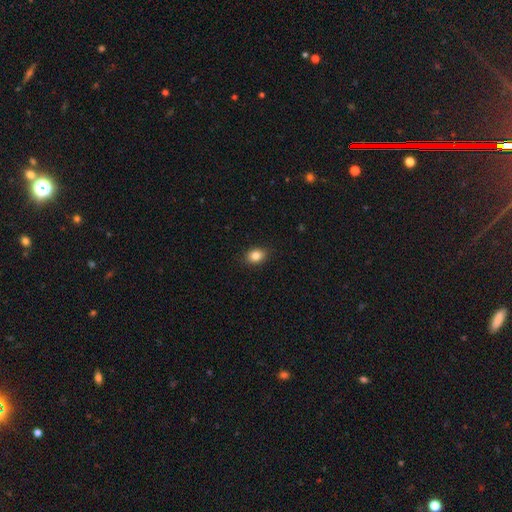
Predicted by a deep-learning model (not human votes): Smooth or featured? Predicted: smooth (p=0.84). How rounded? Predicted: in between (p=0.63). Merging? Predicted: none (p=0.88).